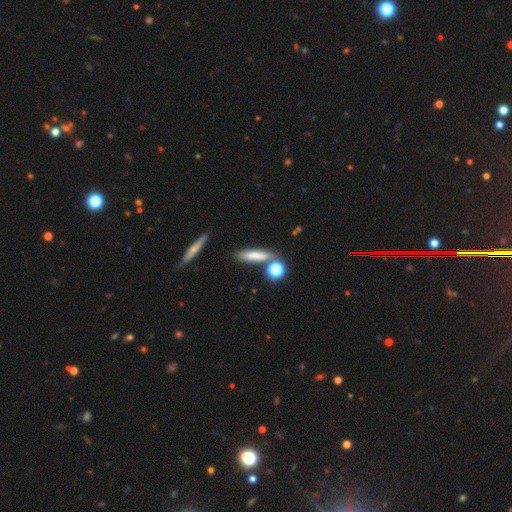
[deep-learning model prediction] smooth 73%, featured or disk 17%, star or artifact 10%. Down the decision tree: how rounded — cigar-shaped (73%); merging — none (72%).